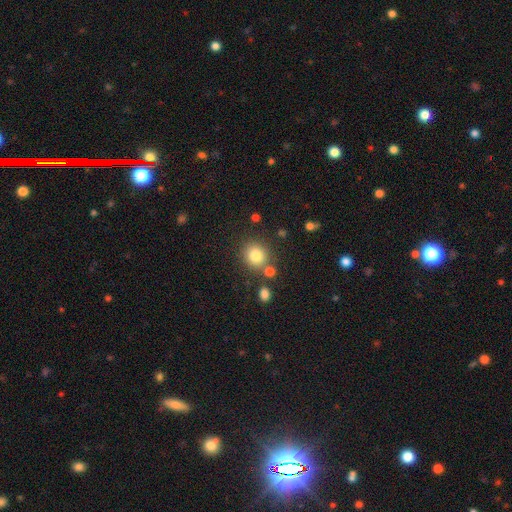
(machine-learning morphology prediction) type=smooth (82%); roundness=round (85%); merging=none (77%).